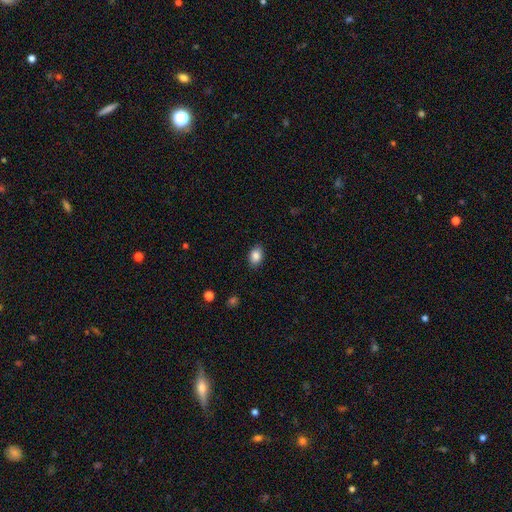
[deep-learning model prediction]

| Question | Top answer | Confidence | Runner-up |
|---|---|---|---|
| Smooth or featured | smooth | 86% | star or artifact (8%) |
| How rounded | in between | 81% | round (18%) |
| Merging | none | 88% | minor disturbance (9%) |